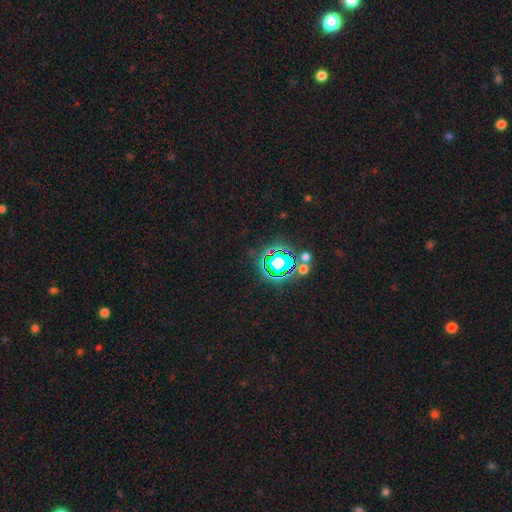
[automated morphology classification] This appears to be a star or artifact, not a galaxy (83%).